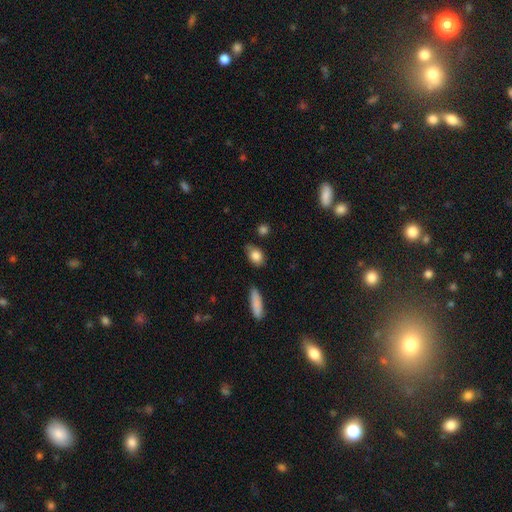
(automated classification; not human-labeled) smooth 84%, featured or disk 9%, star or artifact 7%. Down the decision tree: how rounded — in between (76%); merging — none (70%).